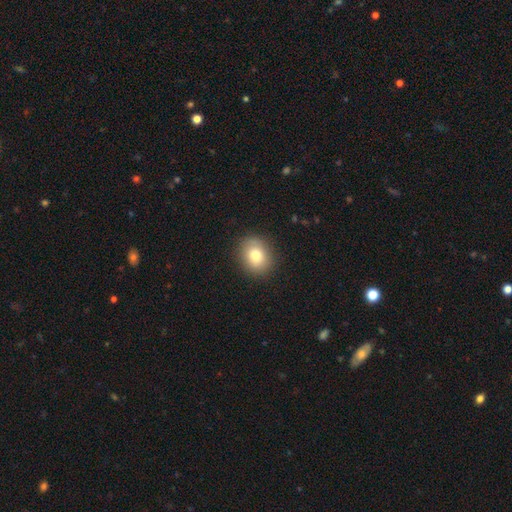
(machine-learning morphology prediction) A smooth galaxy with no disk features (79%) that is round (67%). Merging: none (89%).